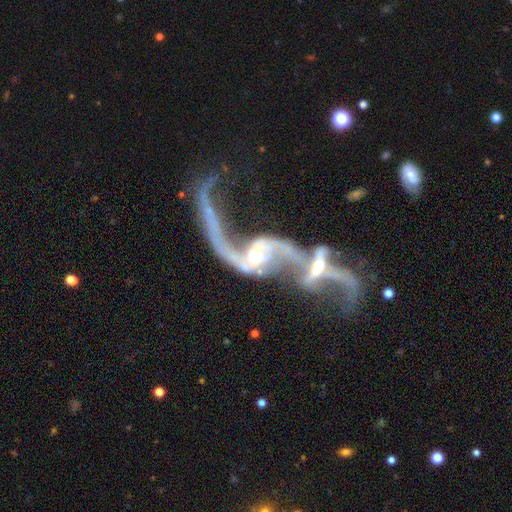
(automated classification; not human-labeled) Smooth or featured? Predicted: featured or disk (p=0.87). Edge-on disk? Predicted: no (p=0.91). Bar? Predicted: no (p=0.47). Spiral arms? Predicted: yes (p=0.88). Spiral winding? Predicted: loose (p=0.89). Spiral arm count? Predicted: 2 (p=0.85). Bulge size? Predicted: moderate (p=0.50). Merging? Predicted: merger (p=0.70).